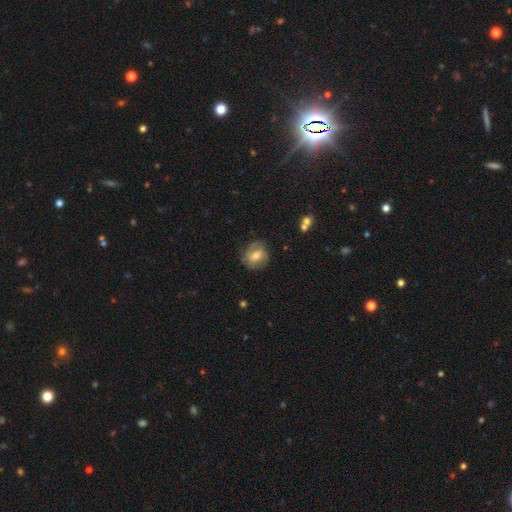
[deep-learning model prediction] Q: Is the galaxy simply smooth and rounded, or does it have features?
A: featured or disk — 59%.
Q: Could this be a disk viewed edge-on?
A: no — 96%.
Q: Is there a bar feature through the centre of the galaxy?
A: weak — 49%.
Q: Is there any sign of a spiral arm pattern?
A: yes — 82%.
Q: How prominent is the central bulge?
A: moderate — 63%.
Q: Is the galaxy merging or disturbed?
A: none — 75%.